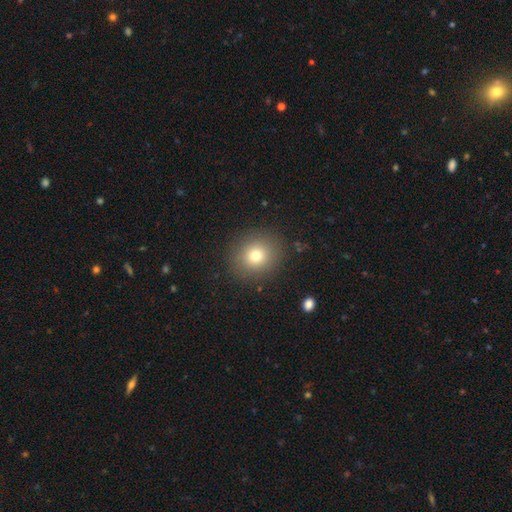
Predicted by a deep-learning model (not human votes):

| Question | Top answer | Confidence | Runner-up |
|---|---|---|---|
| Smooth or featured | smooth | 76% | star or artifact (13%) |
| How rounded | round | 84% | in between (15%) |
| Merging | none | 88% | minor disturbance (7%) |